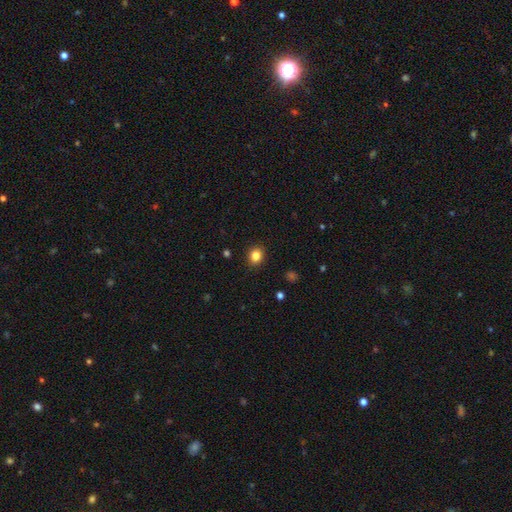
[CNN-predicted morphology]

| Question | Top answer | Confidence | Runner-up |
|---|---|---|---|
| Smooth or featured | smooth | 84% | star or artifact (11%) |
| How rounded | round | 67% | in between (32%) |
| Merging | none | 90% | minor disturbance (7%) |